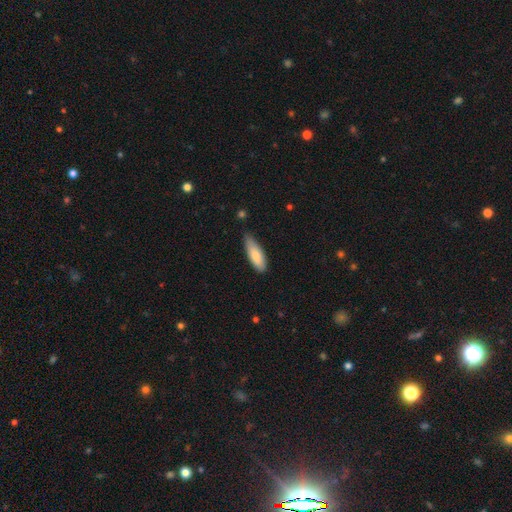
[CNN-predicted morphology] A smooth galaxy with no disk features (81%) that is in between round and cigar-shaped (61%).

Vote fractions:
- Smooth or featured? smooth: 81% / featured or disk: 13% / star or artifact: 6%
- How rounded? in between: 61% / cigar-shaped: 38% / round: 2%
- Merging? none: 71% / minor disturbance: 24% / major disturbance: 3% / merger: 2%